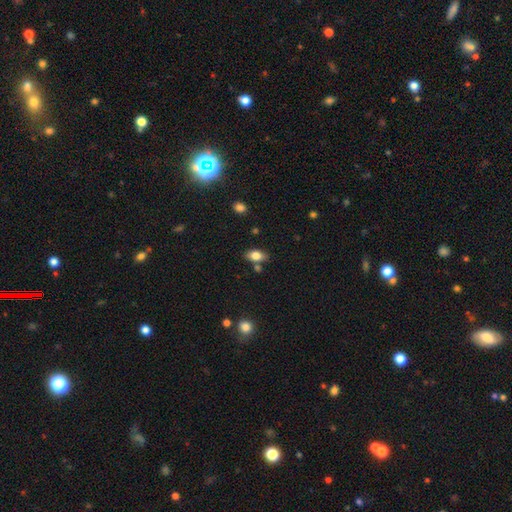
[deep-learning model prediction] Smooth or featured?
  - smooth: 80% *
  - featured or disk: 12%
  - star or artifact: 9%
How rounded?
  - in between: 87% *
  - round: 9%
  - cigar-shaped: 4%
Merging?
  - none: 73% *
  - minor disturbance: 14%
  - merger: 10%
  - major disturbance: 3%